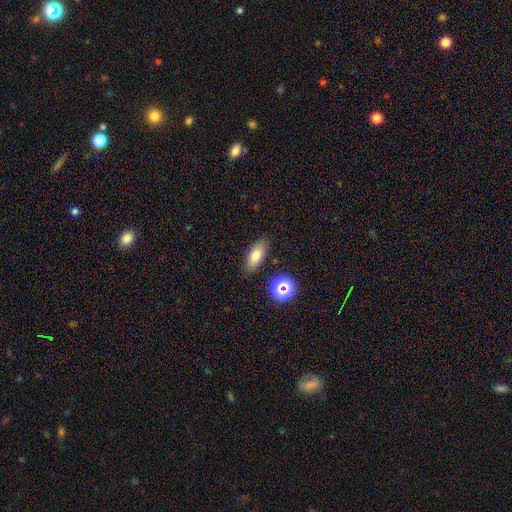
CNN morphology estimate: Q: Smooth or featured?
A: smooth (77%); runner-up: featured or disk (12%)
Q: How rounded?
A: in between (79%); runner-up: cigar-shaped (14%)
Q: Merging?
A: none (83%); runner-up: minor disturbance (11%)